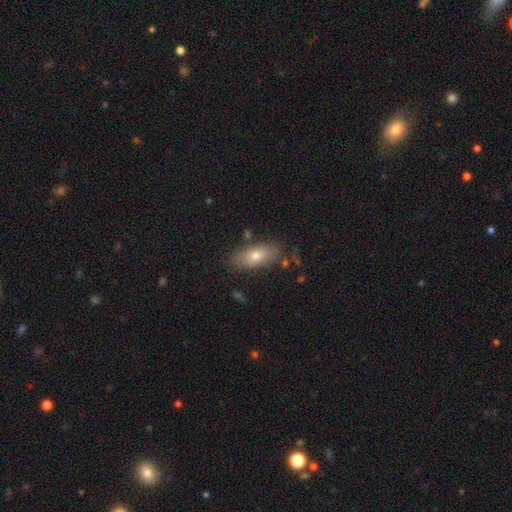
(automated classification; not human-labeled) A smooth galaxy with no disk features (69%) that is in between round and cigar-shaped (83%). Merging: none (79%).